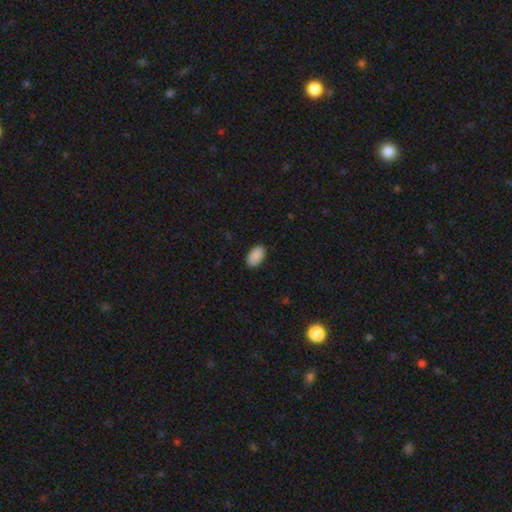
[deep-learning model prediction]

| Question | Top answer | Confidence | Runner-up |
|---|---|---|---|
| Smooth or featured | smooth | 90% | star or artifact (7%) |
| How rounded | in between | 94% | round (5%) |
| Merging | none | 87% | minor disturbance (10%) |